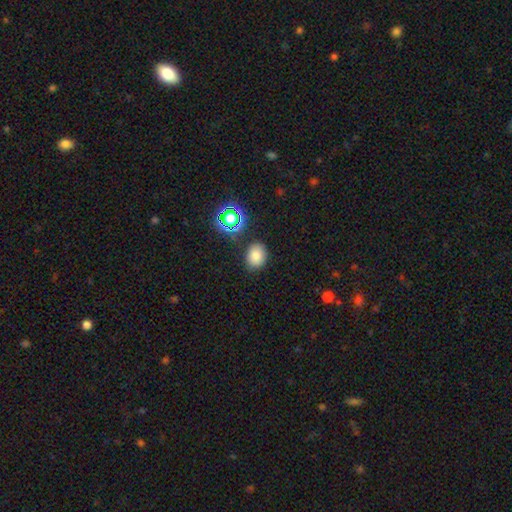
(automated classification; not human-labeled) Q: Smooth or featured?
A: smooth (78%); runner-up: star or artifact (15%)
Q: How rounded?
A: in between (54%); runner-up: round (45%)
Q: Merging?
A: none (83%); runner-up: minor disturbance (11%)